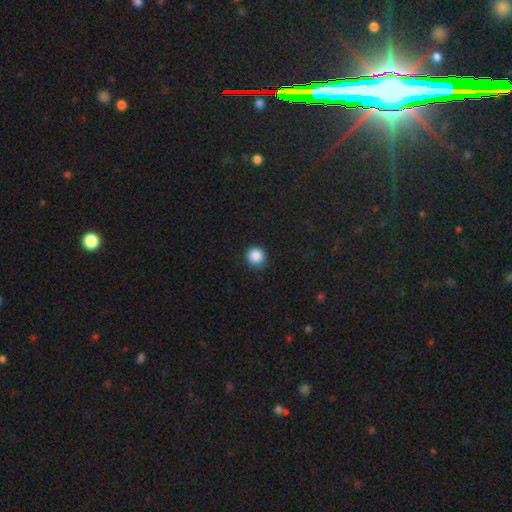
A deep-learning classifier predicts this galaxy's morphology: smooth-or-featured: smooth: 88% | star or artifact: 10% | featured or disk: 3%
  how-rounded: round: 94% | in between: 5% | cigar-shaped: 1%
  merging: none: 89% | minor disturbance: 8% | major disturbance: 2% | merger: 1%